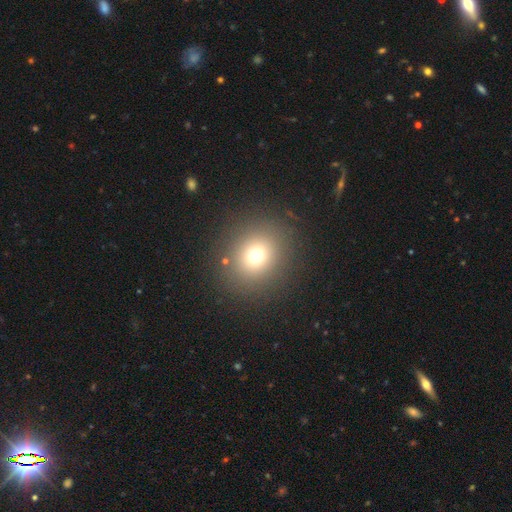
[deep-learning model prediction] A smooth galaxy with no disk features (71%) that is round (82%).

Vote fractions:
- Smooth or featured? smooth: 71% / star or artifact: 19% / featured or disk: 10%
- How rounded? round: 82% / in between: 18% / cigar-shaped: 1%
- Merging? none: 87% / minor disturbance: 7% / major disturbance: 5% / merger: 2%